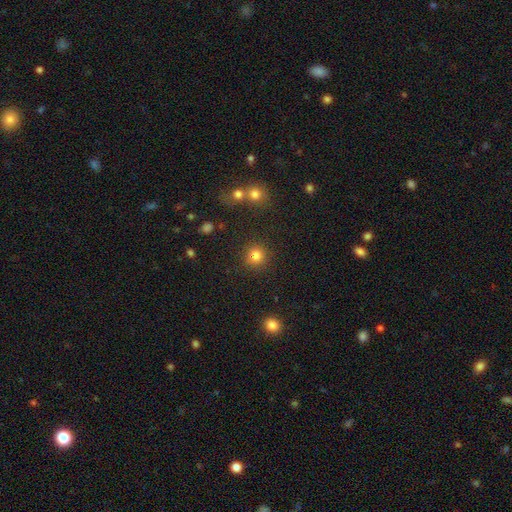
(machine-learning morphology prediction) Smooth or featured? Predicted: smooth (p=0.80). How rounded? Predicted: round (p=0.92). Merging? Predicted: none (p=0.84).